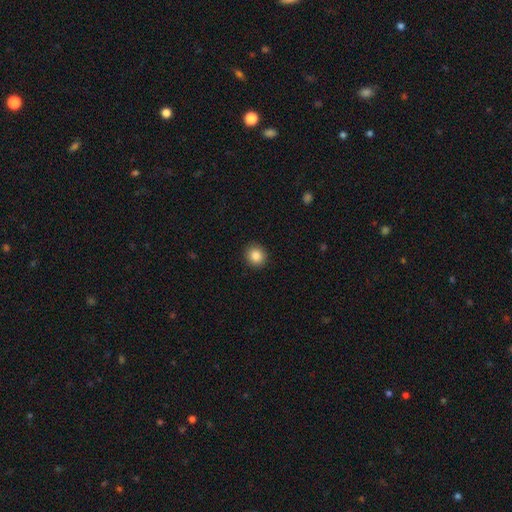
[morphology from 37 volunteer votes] This is clearly a smooth galaxy (92%). How rounded: clearly round (82%). Merging: clearly none (92%).